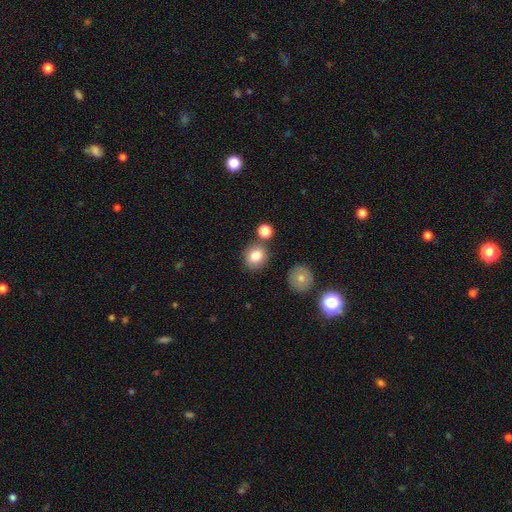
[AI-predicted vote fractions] smooth_or_featured: smooth (p=0.81) [alt: star or artifact p=0.11]
how_rounded: round (p=0.83) [alt: in between p=0.16]
merging: none (p=0.77) [alt: merger p=0.10]